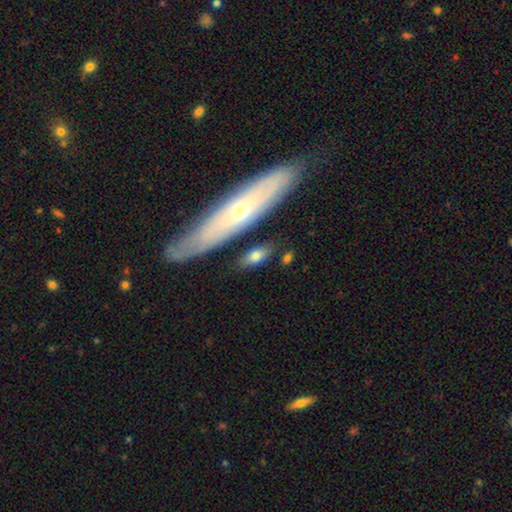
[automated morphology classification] This appears to be a smooth galaxy with no disk features (73%) that is in between round and cigar-shaped (69%). Merging: none (77%).